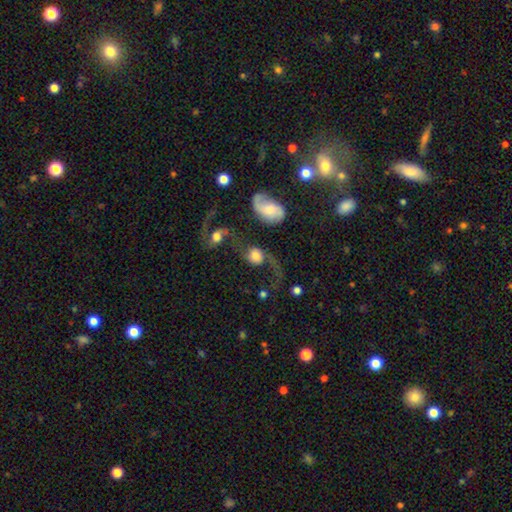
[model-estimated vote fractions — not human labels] Smooth or featured: featured or disk — 46% (smooth — 44%)
Merging: merger — 38% (major disturbance — 28%)